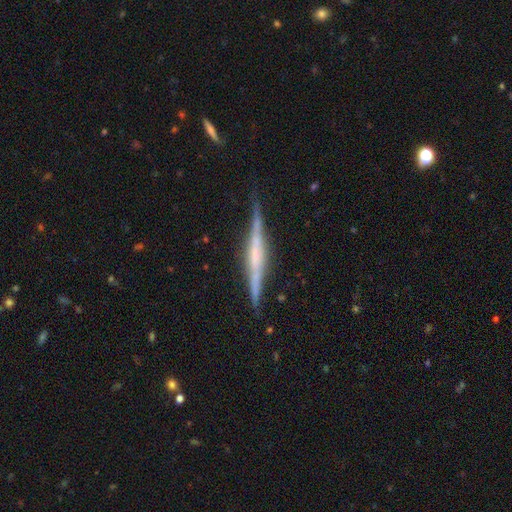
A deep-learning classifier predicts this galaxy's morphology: Smooth or featured: featured or disk — 79% (smooth — 15%)
Edge-on disk: yes — 98% (no — 2%)
Edge-on bulge: rounded — 40% (boxy — 35%)
Merging: none — 85% (minor disturbance — 11%)